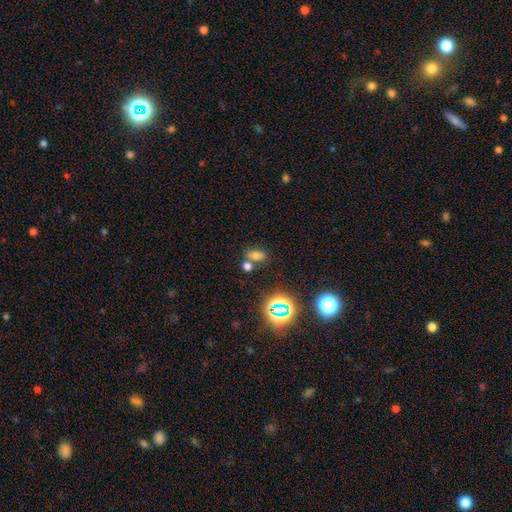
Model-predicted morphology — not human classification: type=smooth (60%); roundness=in between (76%); merging=none (50%).